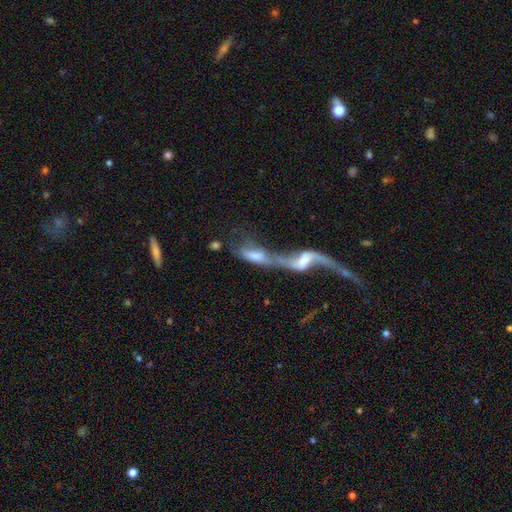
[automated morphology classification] featured or disk 48%, smooth 44%, star or artifact 8%. Down the decision tree: merging — merger (81%).